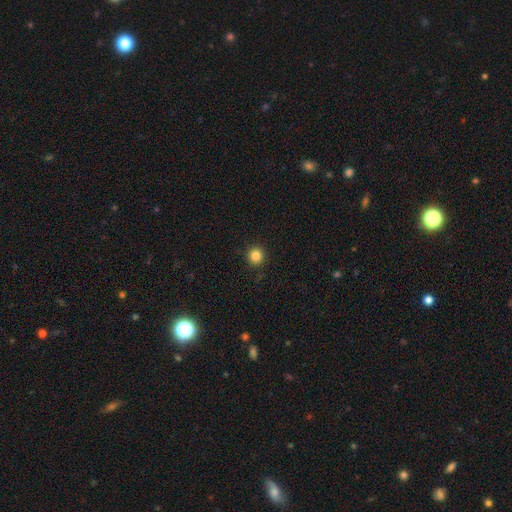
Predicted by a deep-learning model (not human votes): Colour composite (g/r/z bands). It shows a smooth galaxy with no disk features (84%) that is round (93%). Merging: none (91%).